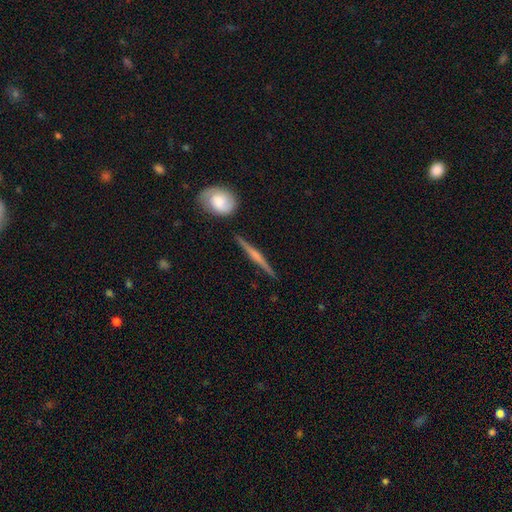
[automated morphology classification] This appears to be a featured or disk galaxy (69%) viewed edge-on (97%) with a rounded central bulge (54%). Merging: none (87%).